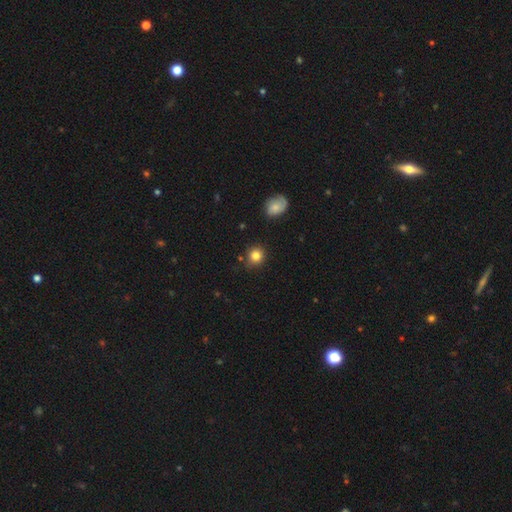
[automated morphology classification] Overall: smooth (83%). How rounded: round (84%). Merging: none (82%).